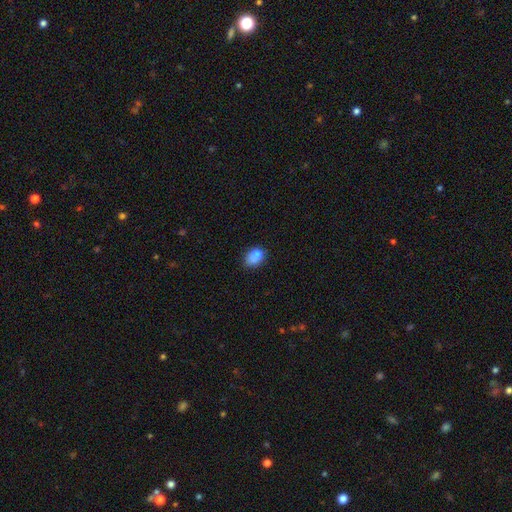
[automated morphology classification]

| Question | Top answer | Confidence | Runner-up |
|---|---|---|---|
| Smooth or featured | smooth | 79% | featured or disk (11%) |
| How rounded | in between | 75% | round (24%) |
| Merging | none | 52% | minor disturbance (27%) |